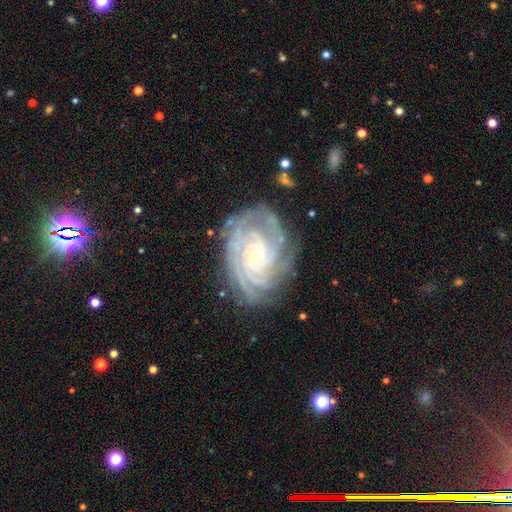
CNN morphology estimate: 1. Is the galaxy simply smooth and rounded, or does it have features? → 88% featured or disk, 6% star or artifact, 6% smooth.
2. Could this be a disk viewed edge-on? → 97% no, 3% yes.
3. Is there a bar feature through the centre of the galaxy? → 72% no, 21% weak, 6% strong.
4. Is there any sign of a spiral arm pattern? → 98% yes, 2% no.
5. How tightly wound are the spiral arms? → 78% tight, 19% medium, 3% loose.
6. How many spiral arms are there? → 28% 4, 21% can't tell, 21% more than 4, 14% 3, 9% 2, 7% 1.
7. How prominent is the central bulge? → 73% small, 23% moderate, 2% large, 2% none, 1% dominant.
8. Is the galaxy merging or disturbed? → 77% none, 16% minor disturbance, 5% major disturbance, 1% merger.